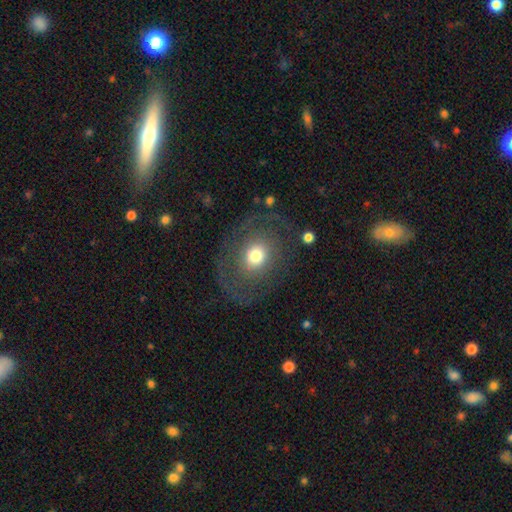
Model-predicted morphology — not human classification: Smooth or featured? featured or disk (52%)
Edge-on disk? no (95%)
Merging? none (66%)